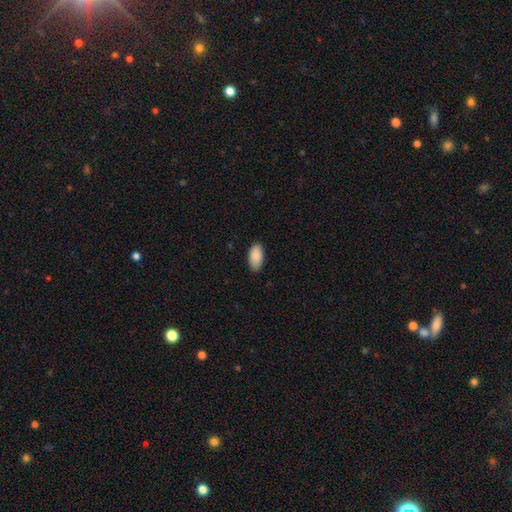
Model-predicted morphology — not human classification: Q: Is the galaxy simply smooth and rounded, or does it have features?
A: smooth — 90%.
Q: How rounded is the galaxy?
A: in between — 95%.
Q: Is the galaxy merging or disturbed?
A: none — 84%.